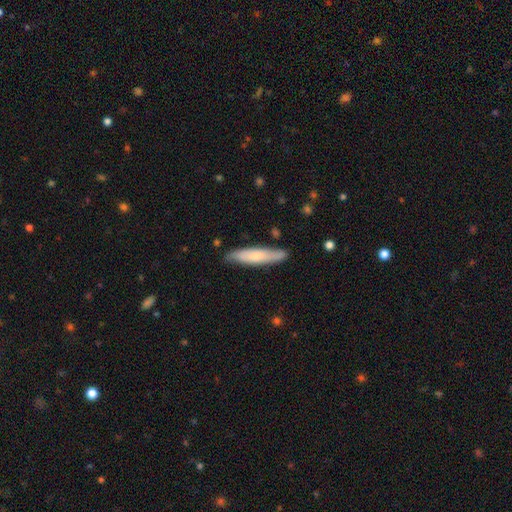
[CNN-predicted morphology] smooth-or-featured: smooth: 64% | featured or disk: 31% | star or artifact: 5%
  how-rounded: cigar-shaped: 85% | in between: 14% | round: 1%
  merging: none: 83% | minor disturbance: 14% | major disturbance: 2% | merger: 2%